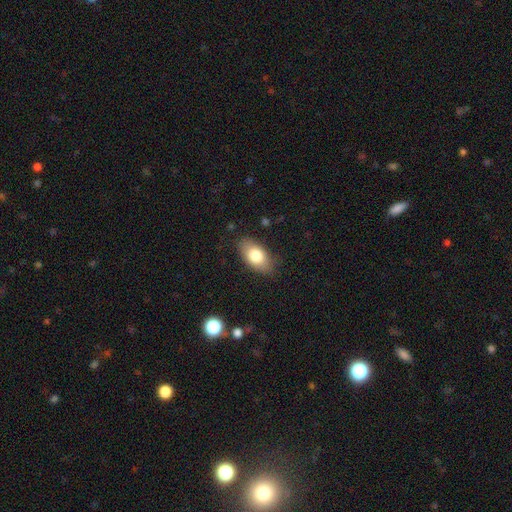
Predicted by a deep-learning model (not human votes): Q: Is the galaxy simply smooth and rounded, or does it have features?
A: smooth — 78%.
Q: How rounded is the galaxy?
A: in between — 91%.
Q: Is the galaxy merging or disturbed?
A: none — 80%.